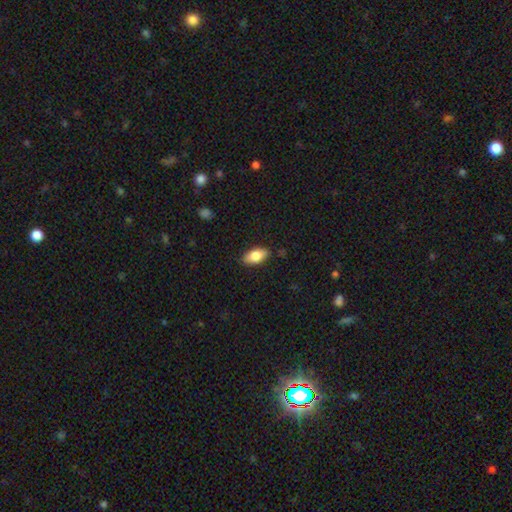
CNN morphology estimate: type=smooth (80%); roundness=in between (90%); merging=none (86%).